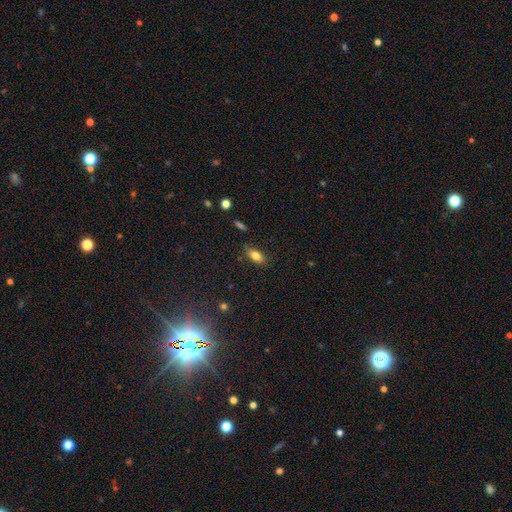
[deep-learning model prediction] smooth 79%, featured or disk 11%, star or artifact 10%. Down the decision tree: how rounded — in between (85%); merging — none (81%).